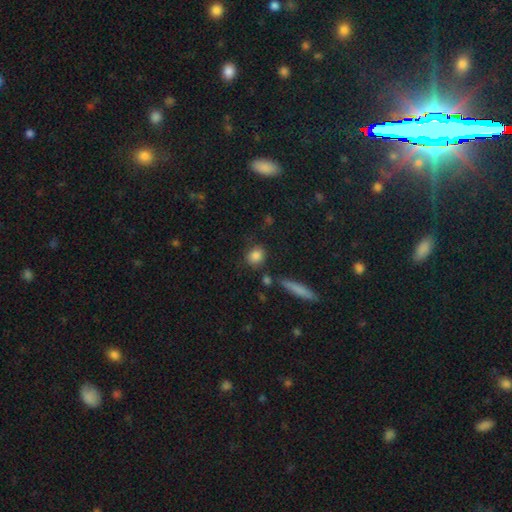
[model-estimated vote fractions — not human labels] Smooth or featured? smooth (84%)
How rounded? round (72%)
Merging? none (77%)